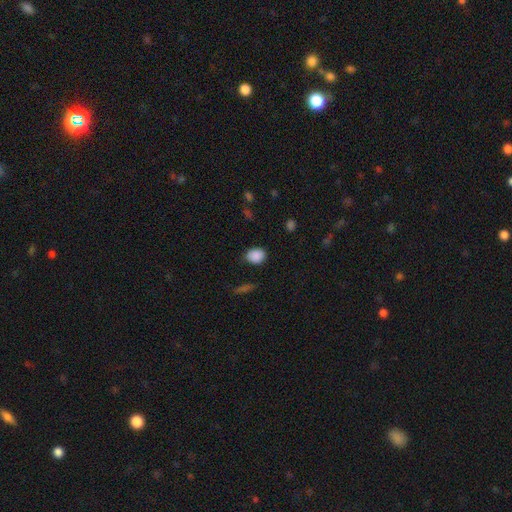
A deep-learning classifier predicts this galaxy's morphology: This appears to be a smooth galaxy with no disk features (88%) that is in between round and cigar-shaped (62%). Merging: none (81%).